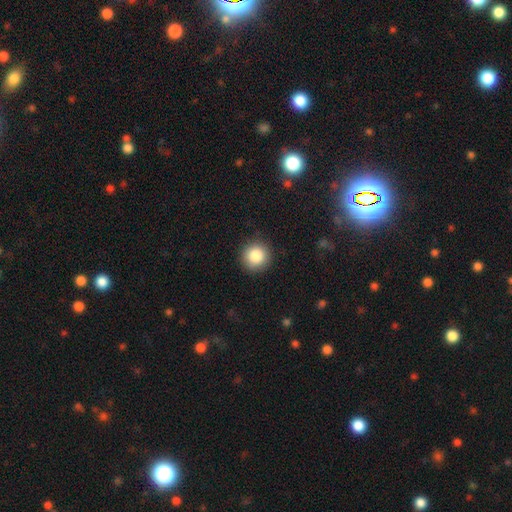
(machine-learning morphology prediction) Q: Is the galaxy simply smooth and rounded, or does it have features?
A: smooth — 86%.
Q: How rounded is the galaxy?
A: round — 95%.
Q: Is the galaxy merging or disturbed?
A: none — 91%.